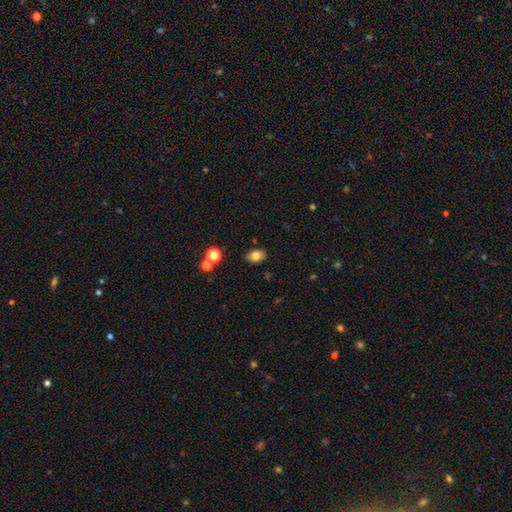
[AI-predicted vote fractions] smooth_or_featured: smooth (p=0.81) [alt: star or artifact p=0.11]
how_rounded: in between (p=0.78) [alt: round p=0.21]
merging: none (p=0.84) [alt: minor disturbance p=0.11]